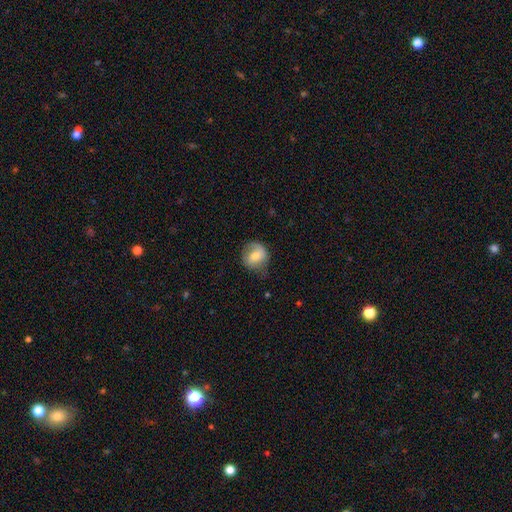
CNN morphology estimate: smooth-or-featured: smooth: 63% | featured or disk: 30% | star or artifact: 8%
  how-rounded: round: 74% | in between: 25% | cigar-shaped: 1%
  merging: none: 57% | minor disturbance: 30% | major disturbance: 12% | merger: 1%